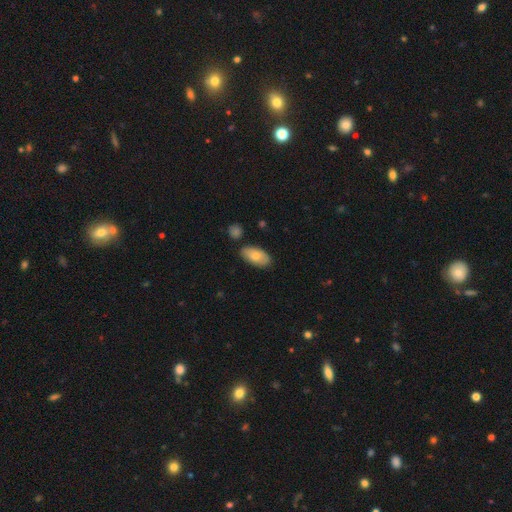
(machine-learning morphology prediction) smooth_or_featured: smooth (p=0.76) [alt: featured or disk p=0.18]
how_rounded: in between (p=0.93) [alt: cigar-shaped p=0.04]
merging: none (p=0.81) [alt: minor disturbance p=0.13]